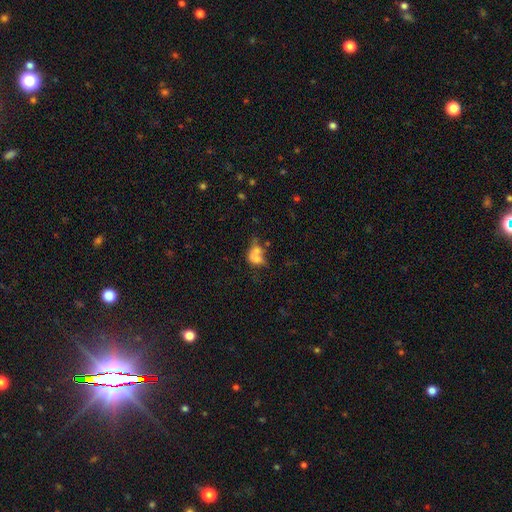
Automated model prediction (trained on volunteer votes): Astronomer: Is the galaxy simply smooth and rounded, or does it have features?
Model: smooth — 63%.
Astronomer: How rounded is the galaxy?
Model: in between — 69%.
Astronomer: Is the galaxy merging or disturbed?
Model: merger — 54%.